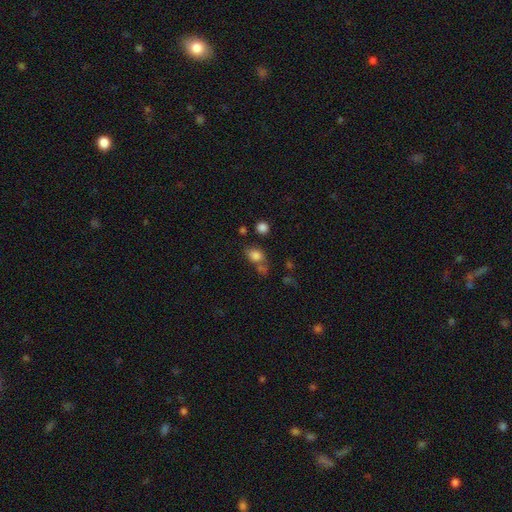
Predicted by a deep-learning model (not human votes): A smooth galaxy with no disk features (79%) that is in between round and cigar-shaped (59%). Merging: none (52%).